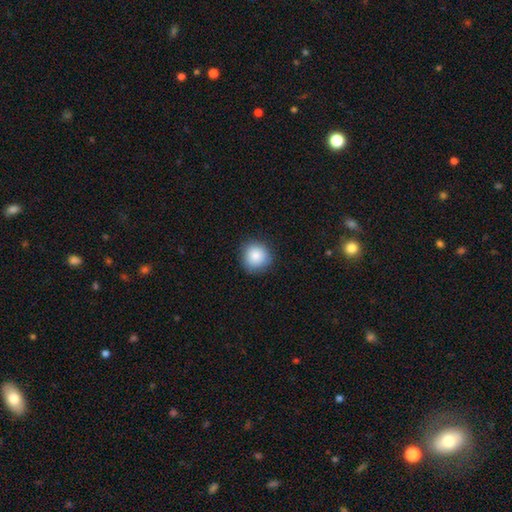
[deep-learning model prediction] Overall: smooth (87%). How rounded: round (93%). Merging: none (87%).